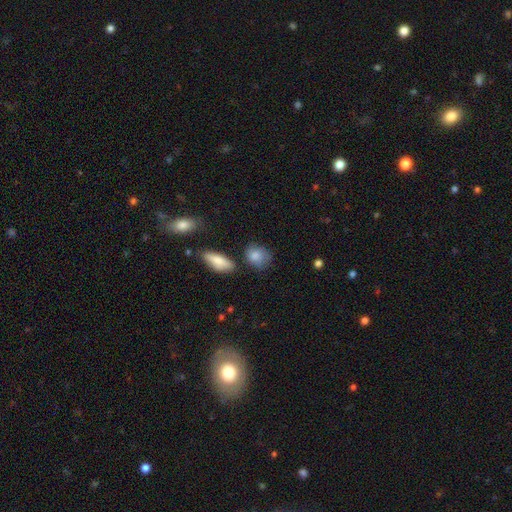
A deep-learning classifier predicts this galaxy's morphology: smooth 81%, featured or disk 11%, star or artifact 8%. Down the decision tree: how rounded — round (52%); merging — none (61%).